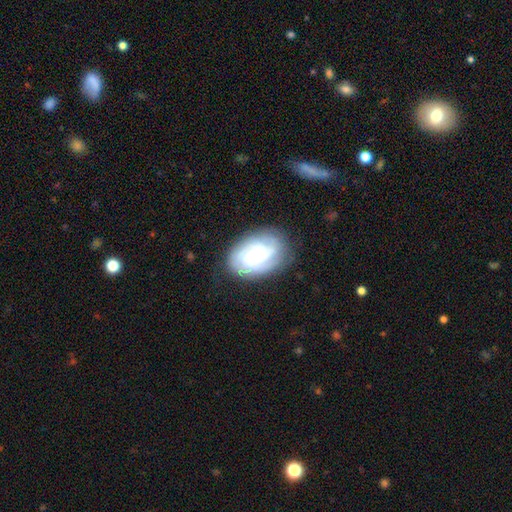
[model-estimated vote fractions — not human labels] Overall: featured or disk (64%; smooth 28%). Edge-on disk: no (97%). Bar: no (75%). Spiral arms: yes (91%). Spiral arm count: can't tell (42%; 3 20%). Spiral winding: tight (67%). Bulge size: small (50%; moderate 23%). Merging: none (74%).